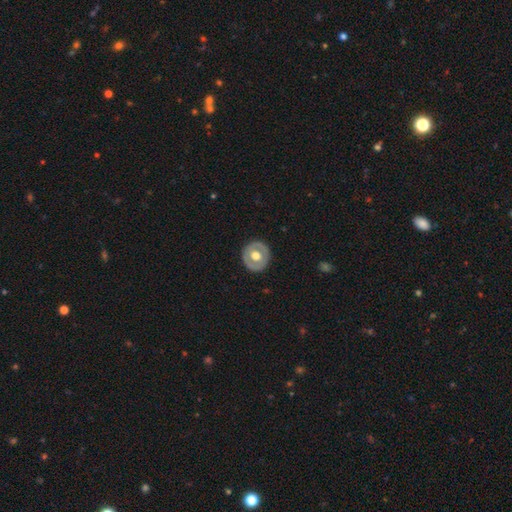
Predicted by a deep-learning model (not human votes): smooth-or-featured: featured or disk: 50% | smooth: 45% | star or artifact: 5%
  disk-edge-on: no: 94% | yes: 6%
  merging: none: 88% | minor disturbance: 9% | major disturbance: 2% | merger: 1%